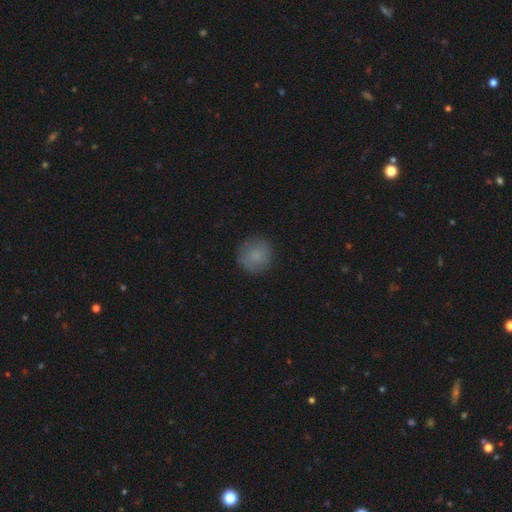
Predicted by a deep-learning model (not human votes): The model was most divided on "smooth or featured": smooth: 82%, star or artifact: 9%, featured or disk: 9%. More confident: how rounded — round (93%); merging — none (86%).